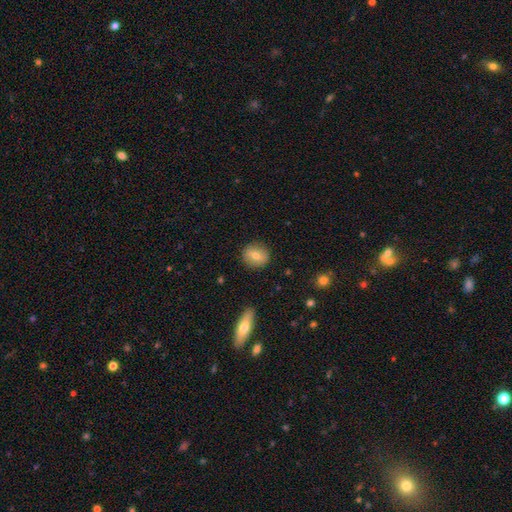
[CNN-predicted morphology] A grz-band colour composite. It shows a smooth galaxy with no disk features (66%) that is round (74%). Merging: none (88%).